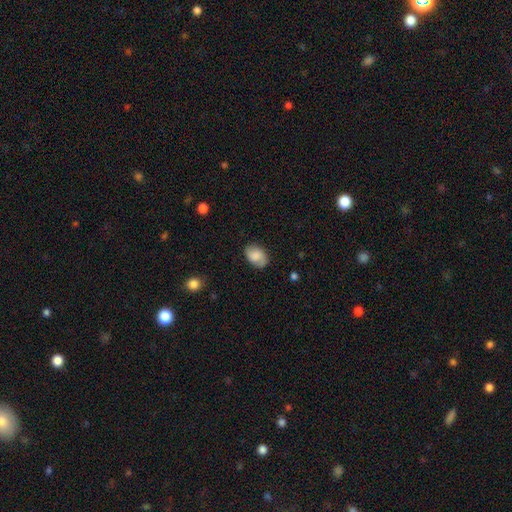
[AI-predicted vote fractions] Smooth or featured?
  - smooth: 67% *
  - featured or disk: 25%
  - star or artifact: 8%
How rounded?
  - in between: 83% *
  - round: 16%
  - cigar-shaped: 1%
Merging?
  - none: 77% *
  - minor disturbance: 17%
  - major disturbance: 4%
  - merger: 1%